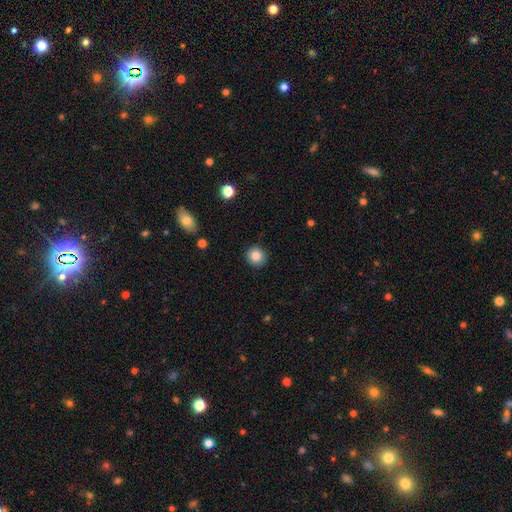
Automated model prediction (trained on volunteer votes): smooth-or-featured: smooth: 84% | star or artifact: 10% | featured or disk: 6%
  how-rounded: round: 89% | in between: 10% | cigar-shaped: 1%
  merging: none: 91% | minor disturbance: 6% | major disturbance: 2% | merger: 1%